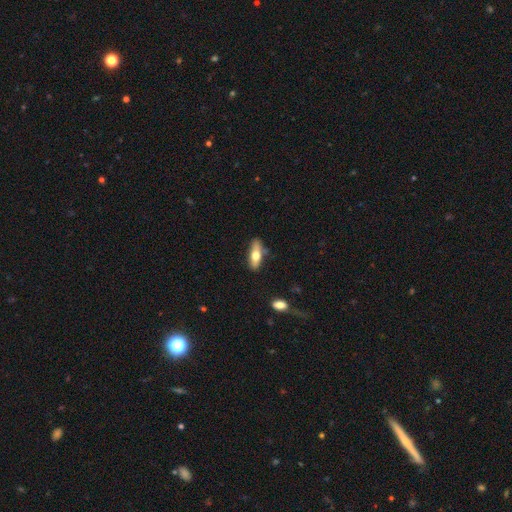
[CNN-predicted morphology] smooth_or_featured: smooth (p=0.62) [alt: featured or disk p=0.32]
how_rounded: in between (p=0.58) [alt: cigar-shaped p=0.39]
merging: none (p=0.72) [alt: minor disturbance p=0.19]